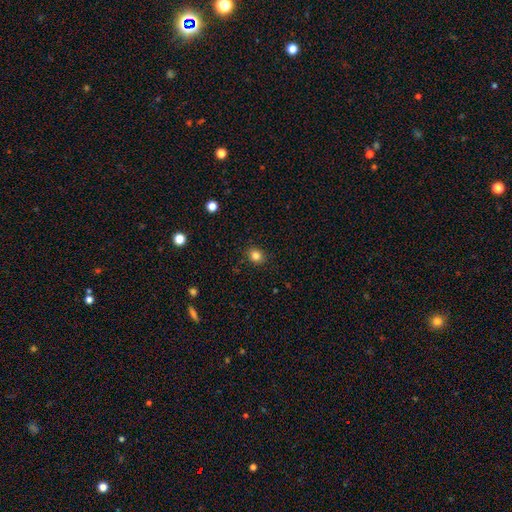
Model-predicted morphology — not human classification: Q: Smooth or featured?
A: smooth (83%); runner-up: star or artifact (12%)
Q: How rounded?
A: round (72%); runner-up: in between (27%)
Q: Merging?
A: none (89%); runner-up: minor disturbance (8%)